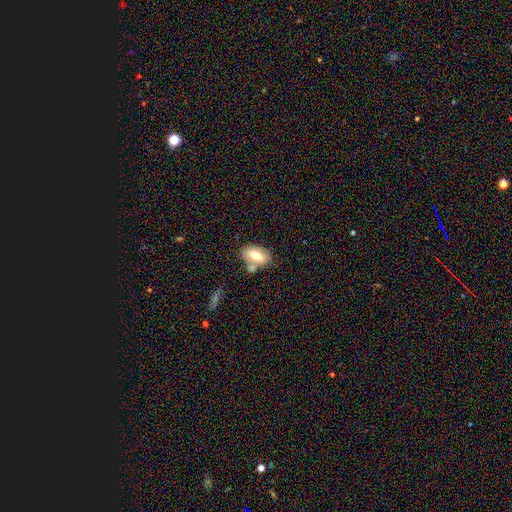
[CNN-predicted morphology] Smooth or featured? smooth (67%)
How rounded? in between (91%)
Merging? none (60%)